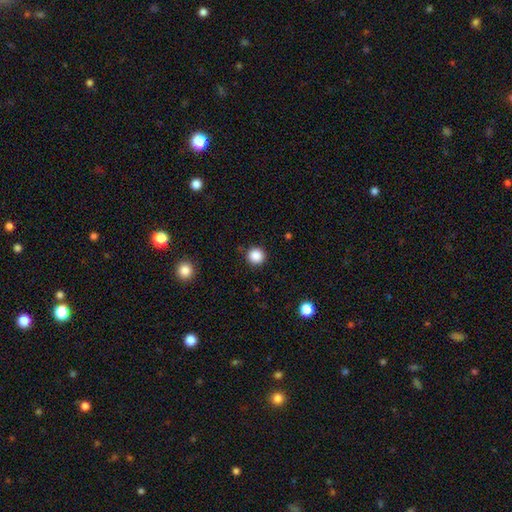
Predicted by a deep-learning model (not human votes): Morphology: type=smooth (87%); roundness=round (95%); merging=none (90%).